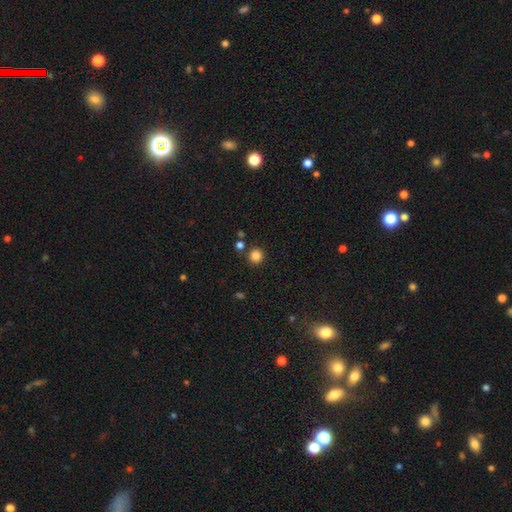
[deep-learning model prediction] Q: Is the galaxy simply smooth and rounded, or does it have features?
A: smooth — 84%.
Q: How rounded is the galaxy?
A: round — 94%.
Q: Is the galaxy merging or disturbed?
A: none — 86%.